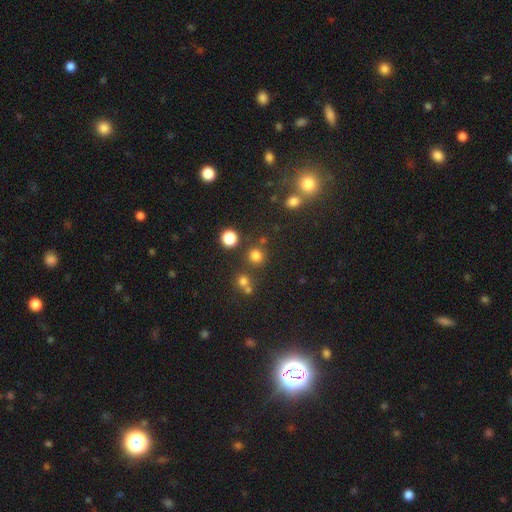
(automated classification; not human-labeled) Morphology: type=smooth (75%); roundness=round (90%); merging=none (77%).